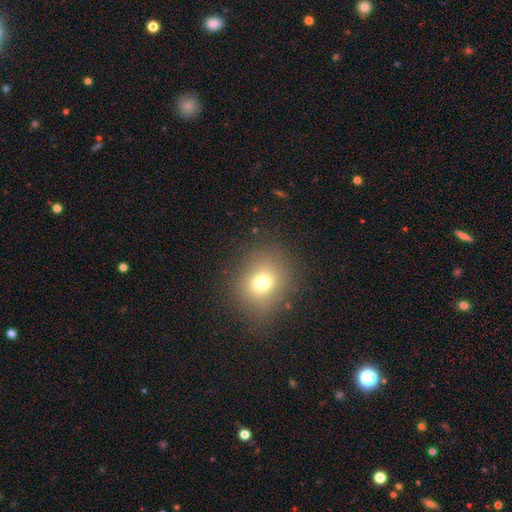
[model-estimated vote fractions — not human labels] This is likely a smooth galaxy (64%). How rounded: likely round (76%). Merging: clearly none (89%).